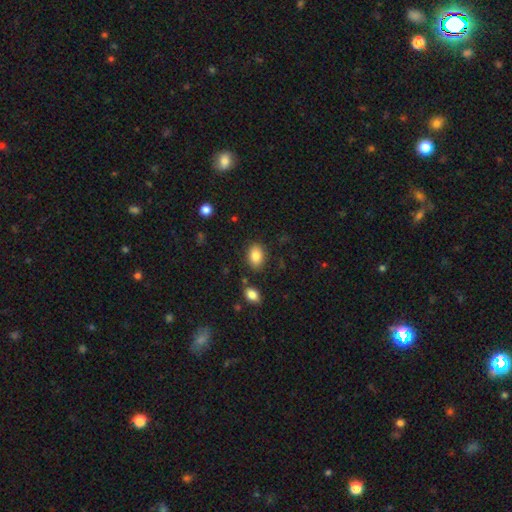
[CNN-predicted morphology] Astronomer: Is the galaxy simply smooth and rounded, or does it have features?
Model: smooth — 85%.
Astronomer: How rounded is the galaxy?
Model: in between — 83%.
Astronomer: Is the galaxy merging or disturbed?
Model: none — 83%.